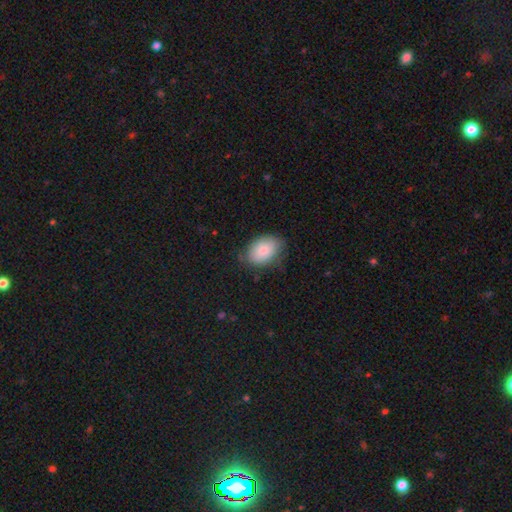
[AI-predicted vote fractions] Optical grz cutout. It shows a smooth galaxy with no disk features (81%) that is in between round and cigar-shaped (83%). Merging: none (73%).